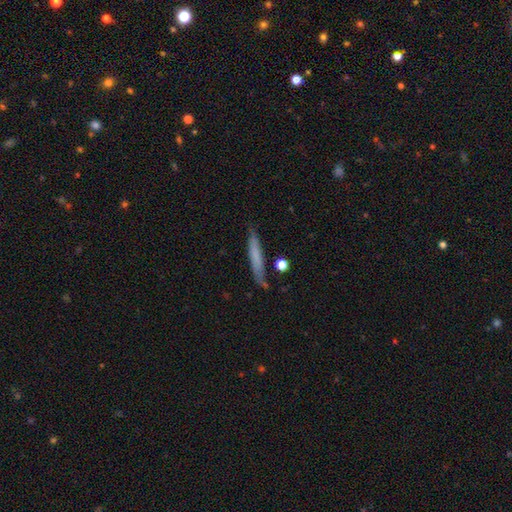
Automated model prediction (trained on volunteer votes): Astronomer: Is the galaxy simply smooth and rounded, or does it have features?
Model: smooth — 64%.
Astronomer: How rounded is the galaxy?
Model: cigar-shaped — 92%.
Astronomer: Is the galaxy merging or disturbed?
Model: none — 75%.